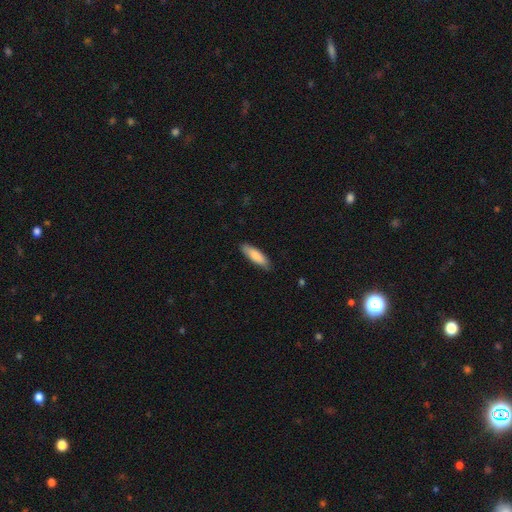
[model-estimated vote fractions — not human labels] Smooth or featured: smooth — 84% (featured or disk — 11%)
How rounded: cigar-shaped — 53% (in between — 45%)
Merging: none — 83% (minor disturbance — 14%)